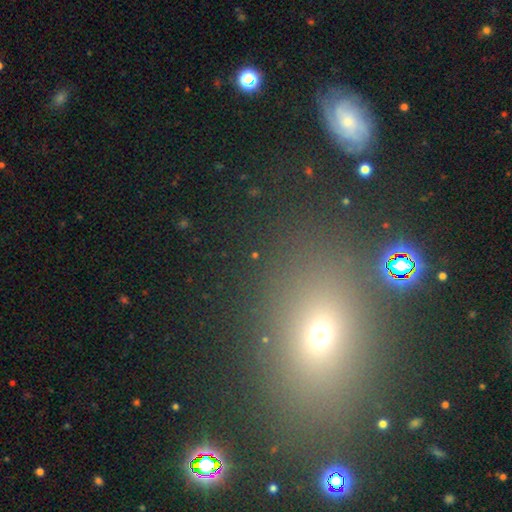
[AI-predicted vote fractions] Smooth or featured: star or artifact — 51% (smooth — 37%)